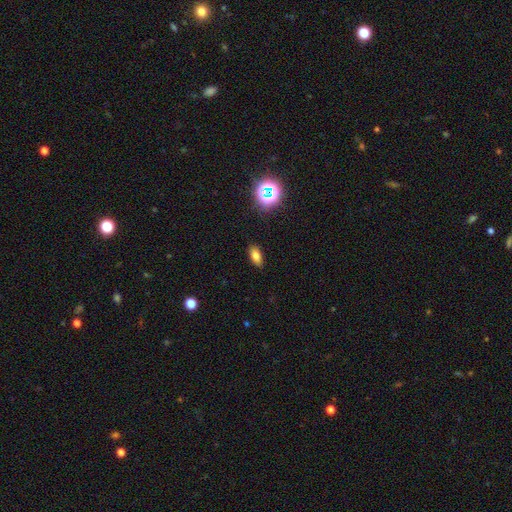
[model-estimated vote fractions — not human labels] The model was most divided on "smooth or featured": smooth: 75%, star or artifact: 15%, featured or disk: 10%. More confident: merging — none (87%); how rounded — in between (86%).